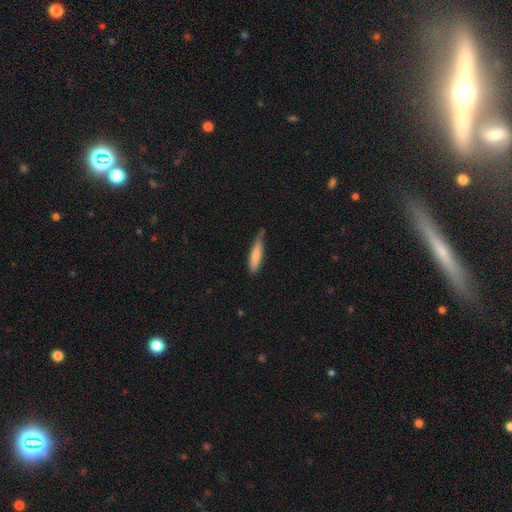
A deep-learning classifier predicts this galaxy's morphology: This appears to be a smooth galaxy with no disk features (79%) that is cigar-shaped (81%). Merging: none (52%).